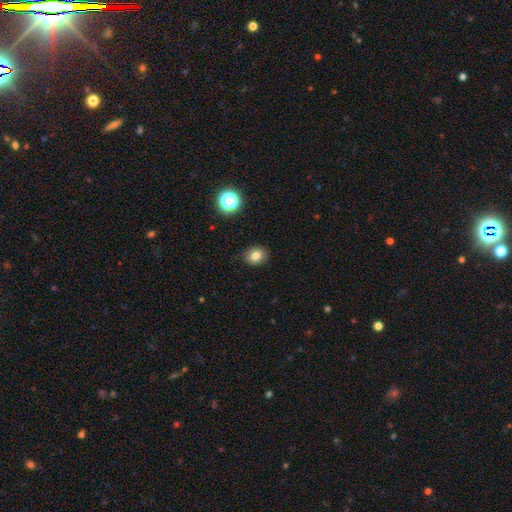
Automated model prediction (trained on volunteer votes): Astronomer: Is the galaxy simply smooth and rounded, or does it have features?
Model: smooth — 79%.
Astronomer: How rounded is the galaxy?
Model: round — 55% (runner-up: in between, 44%).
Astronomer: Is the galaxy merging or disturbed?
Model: none — 85%.